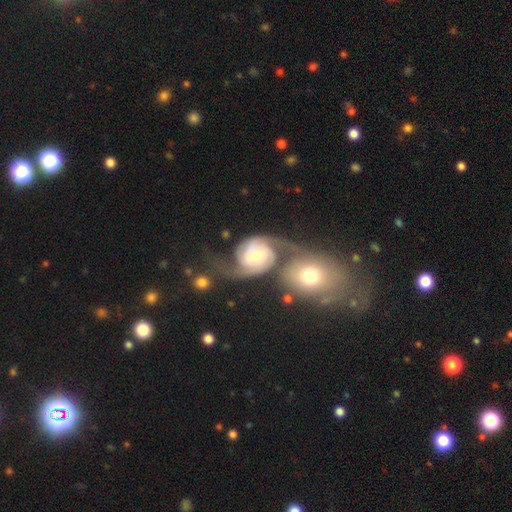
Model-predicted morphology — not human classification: featured or disk 85%, smooth 10%, star or artifact 5%. Down the decision tree: edge-on disk — no (97%); bar — no (46%); spiral arms — yes (97%); spiral arm count — 2 (89%); spiral winding — medium (45%); bulge size — moderate (55%); merging — merger (46%).